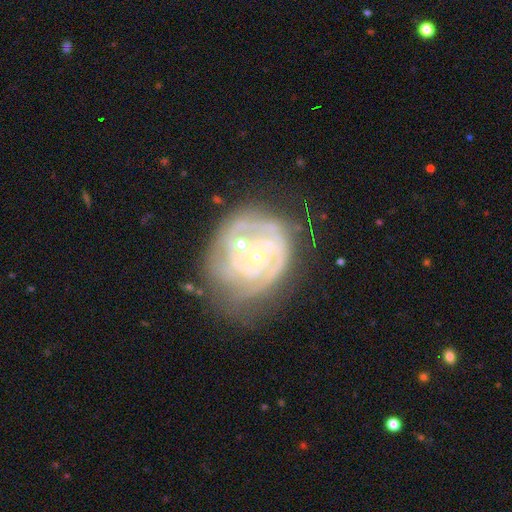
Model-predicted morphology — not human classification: Smooth or featured?
  - featured or disk: 83% *
  - smooth: 10%
  - star or artifact: 7%
Edge-on disk?
  - no: 97% *
  - yes: 3%
Bar?
  - no: 79% *
  - weak: 16%
  - strong: 5%
Spiral arms?
  - yes: 90% *
  - no: 10%
Spiral winding?
  - tight: 74% *
  - medium: 21%
  - loose: 5%
Spiral arm count?
  - can't tell: 34% *
  - 2: 25%
  - 3: 20%
  - 4: 9%
  - 1: 6%
  - more than 4: 6%
Bulge size?
  - small: 80% *
  - moderate: 15%
  - none: 2%
  - large: 1%
  - dominant: 1%
Merging?
  - none: 49% *
  - minor disturbance: 23%
  - major disturbance: 16%
  - merger: 12%